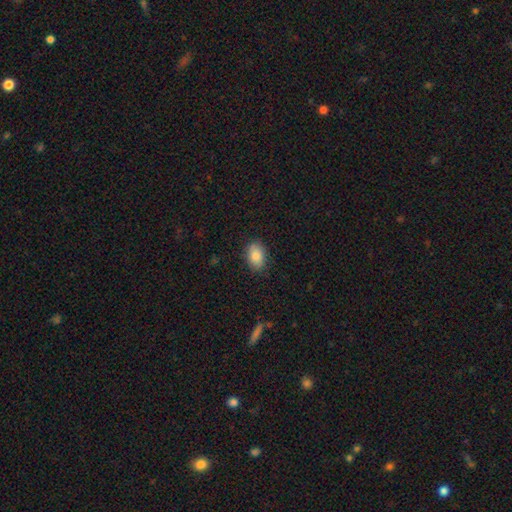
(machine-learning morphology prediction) This is clearly a smooth galaxy (85%). How rounded: clearly in between (86%). Merging: clearly none (85%).